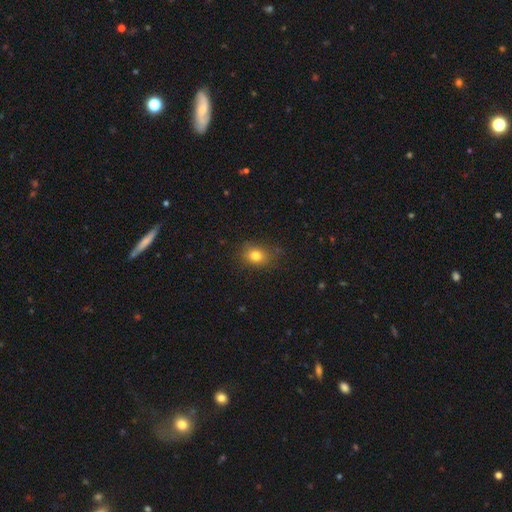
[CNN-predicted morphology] The model was most divided on "how rounded": round: 52%, in between: 47%, cigar-shaped: 1%. More confident: merging — none (80%); smooth or featured — smooth (80%).